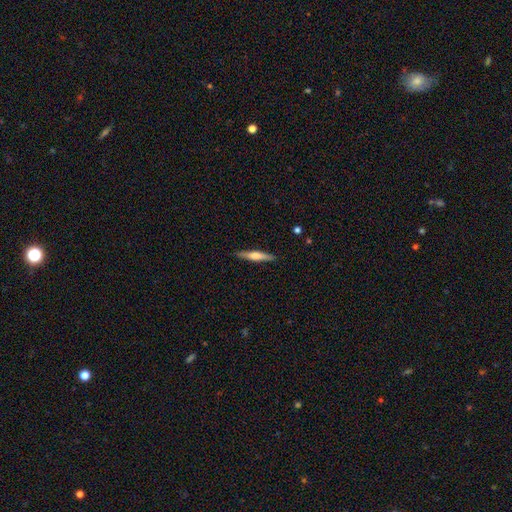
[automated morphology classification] featured or disk 48%, smooth 46%, star or artifact 6%. Down the decision tree: merging — none (90%).